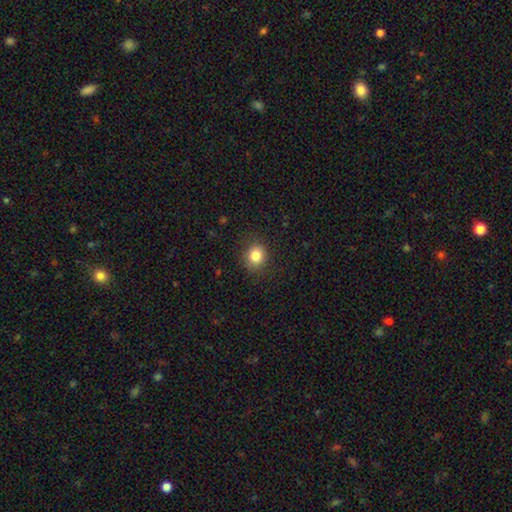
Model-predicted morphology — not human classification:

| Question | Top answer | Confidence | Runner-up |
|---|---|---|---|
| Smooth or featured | smooth | 83% | star or artifact (11%) |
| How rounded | round | 81% | in between (18%) |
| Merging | none | 87% | minor disturbance (9%) |